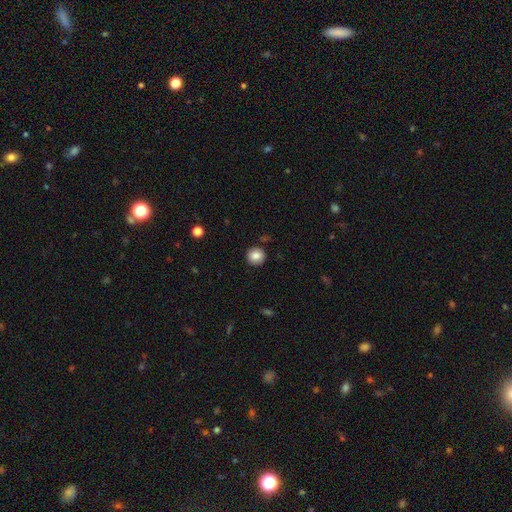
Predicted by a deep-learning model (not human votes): Smooth or featured?
  - smooth: 85% *
  - star or artifact: 9%
  - featured or disk: 6%
How rounded?
  - round: 93% *
  - in between: 6%
  - cigar-shaped: 1%
Merging?
  - none: 90% *
  - minor disturbance: 7%
  - major disturbance: 2%
  - merger: 2%